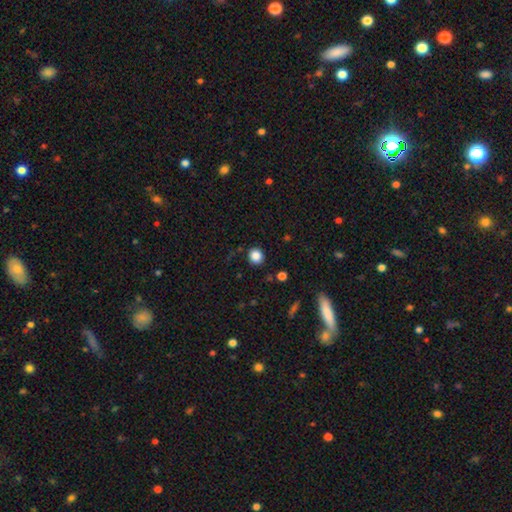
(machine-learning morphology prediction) Smooth or featured? Predicted: smooth (p=0.86). How rounded? Predicted: round (p=0.87). Merging? Predicted: none (p=0.88).